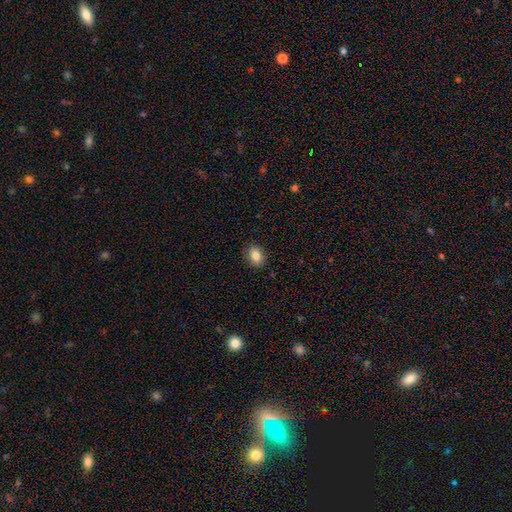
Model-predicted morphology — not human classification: Smooth or featured: smooth — 84% (star or artifact — 9%)
How rounded: in between — 70% (round — 29%)
Merging: none — 88% (minor disturbance — 9%)